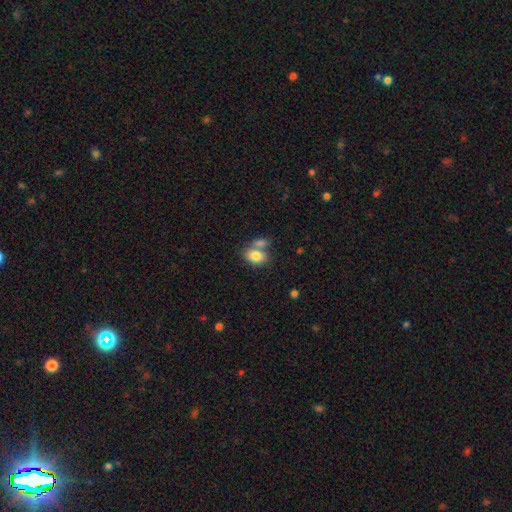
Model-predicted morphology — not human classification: This appears to be a smooth galaxy with no disk features (82%) that is in between round and cigar-shaped (81%). Merging: merger (43%).